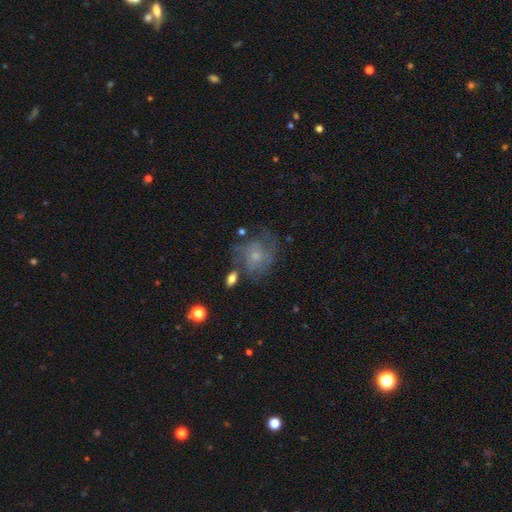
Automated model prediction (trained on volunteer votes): This is possibly a featured or disk galaxy (55%). It is clearly not viewed edge-on (97%). Bar: clearly no (82%). Spiral arm pattern: likely yes (69%). Central bulge: likely small (68%). Merging: possibly none (50%).